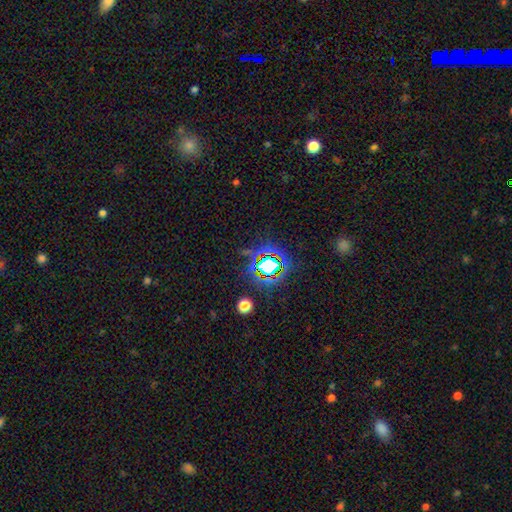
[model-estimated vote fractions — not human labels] Smooth or featured? star or artifact (78%)